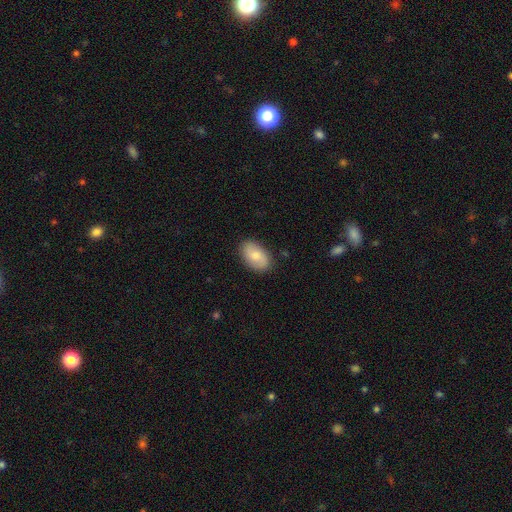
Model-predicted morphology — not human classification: This appears to be a smooth galaxy with no disk features (68%) that is in between round and cigar-shaped (92%). Merging: none (84%).